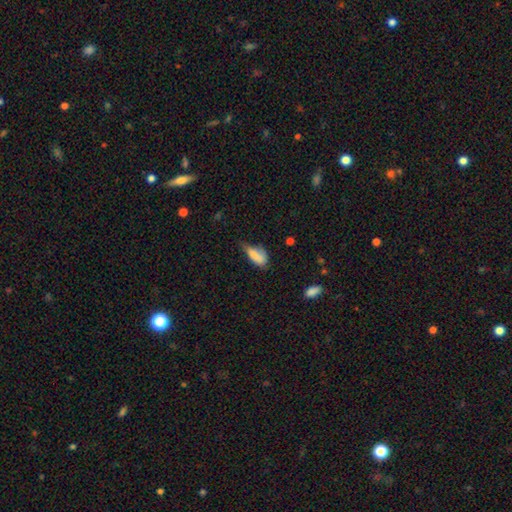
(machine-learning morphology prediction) smooth 76%, featured or disk 16%, star or artifact 8%. Down the decision tree: how rounded — in between (85%); merging — minor disturbance (43%).